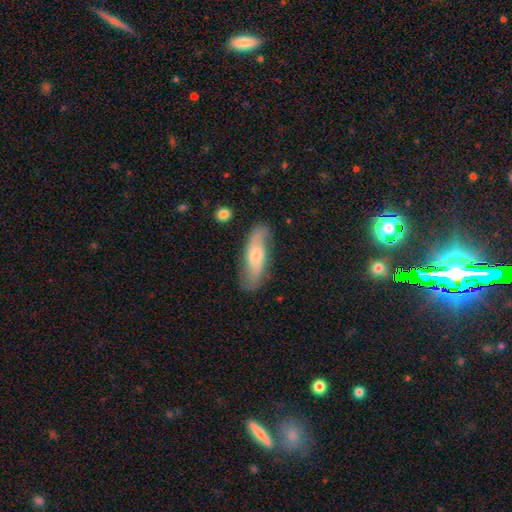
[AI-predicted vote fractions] smooth-or-featured: featured or disk: 51% | smooth: 42% | star or artifact: 7%
  disk-edge-on: no: 76% | yes: 24%
  merging: none: 78% | minor disturbance: 16% | major disturbance: 4% | merger: 2%